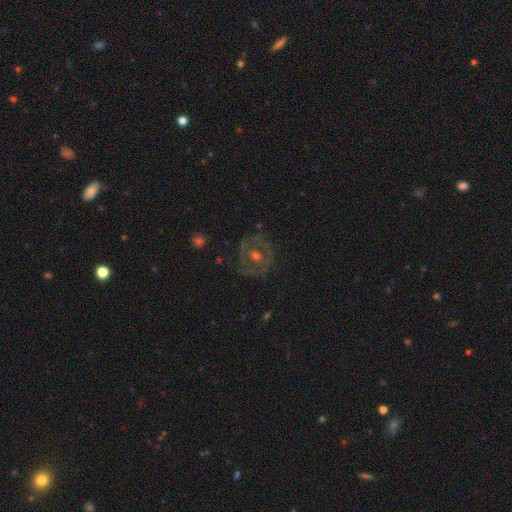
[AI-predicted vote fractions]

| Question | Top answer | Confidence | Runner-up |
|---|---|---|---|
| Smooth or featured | featured or disk | 67% | smooth (24%) |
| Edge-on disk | no | 96% | yes (4%) |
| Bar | no | 65% | weak (26%) |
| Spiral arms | no | 61% | yes (39%) |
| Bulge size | moderate | 69% | small (24%) |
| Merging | none | 78% | minor disturbance (14%) |